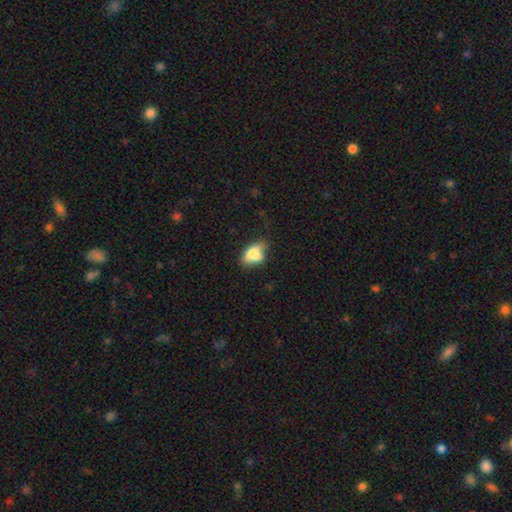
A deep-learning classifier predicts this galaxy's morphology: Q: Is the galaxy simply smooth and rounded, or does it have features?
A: smooth — 69%.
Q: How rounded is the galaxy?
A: in between — 81%.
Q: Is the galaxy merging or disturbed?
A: none — 41%.